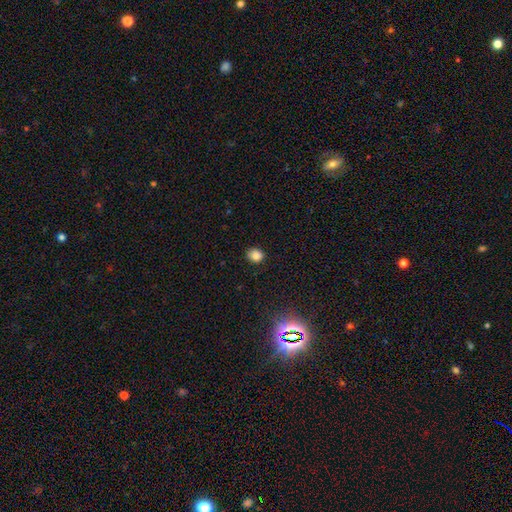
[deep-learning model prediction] A smooth galaxy with no disk features (82%) that is round (70%). Merging: none (85%).